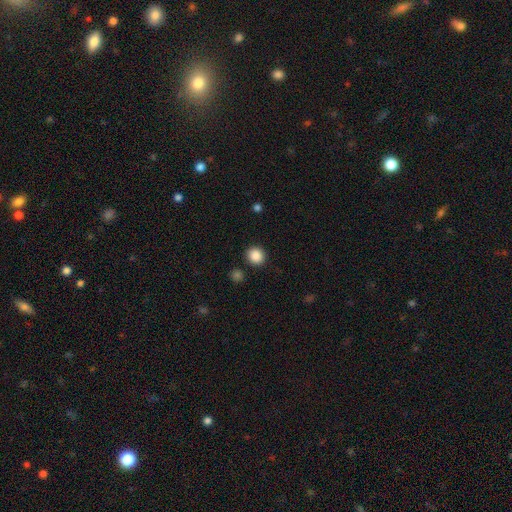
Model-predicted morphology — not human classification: This is clearly a smooth galaxy (87%). How rounded: clearly round (88%). Merging: clearly none (89%).